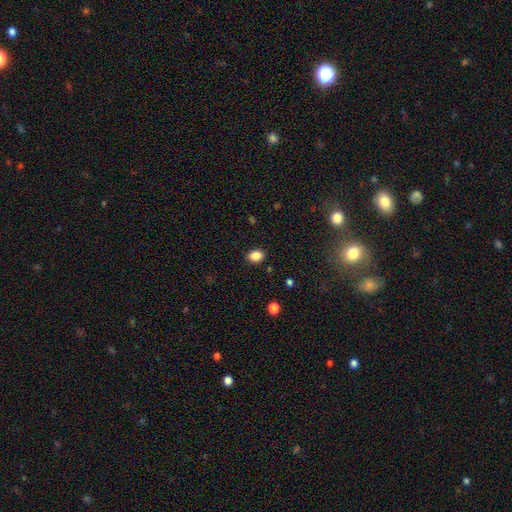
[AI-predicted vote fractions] smooth 86%, star or artifact 10%, featured or disk 4%. Down the decision tree: how rounded — in between (66%); merging — none (88%).